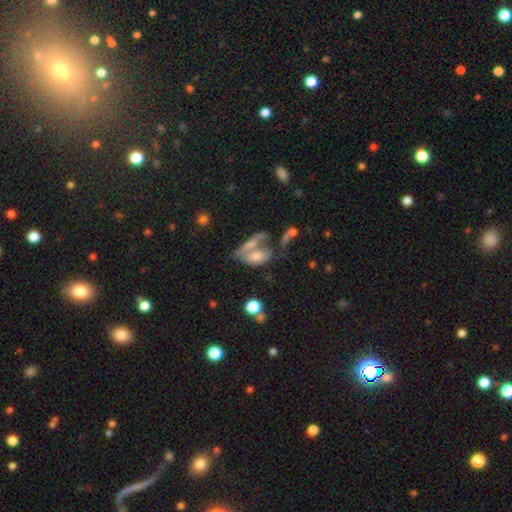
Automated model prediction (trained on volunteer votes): Q: Smooth or featured?
A: smooth (57%); runner-up: featured or disk (31%)
Q: How rounded?
A: in between (83%); runner-up: cigar-shaped (9%)
Q: Merging?
A: merger (46%); runner-up: none (27%)